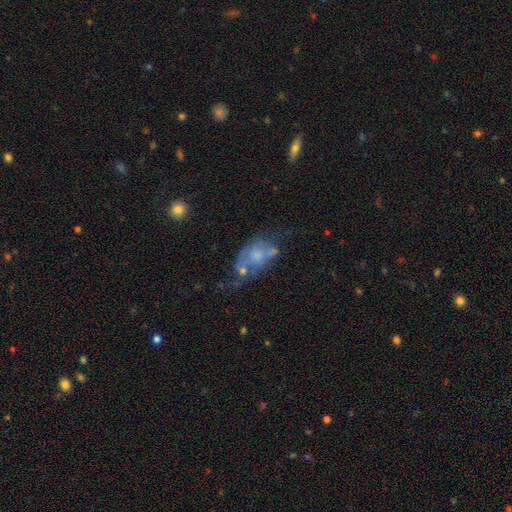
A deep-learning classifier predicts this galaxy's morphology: A featured or disk galaxy (50%). Merging: major disturbance (35%).